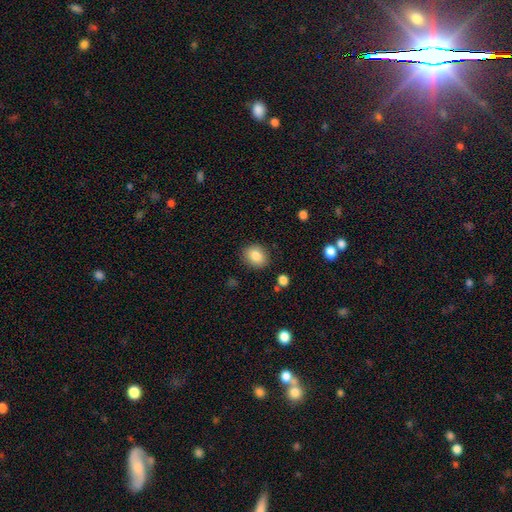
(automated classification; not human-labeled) This is clearly a smooth galaxy (85%). How rounded: possibly round (58%). Merging: clearly none (87%).